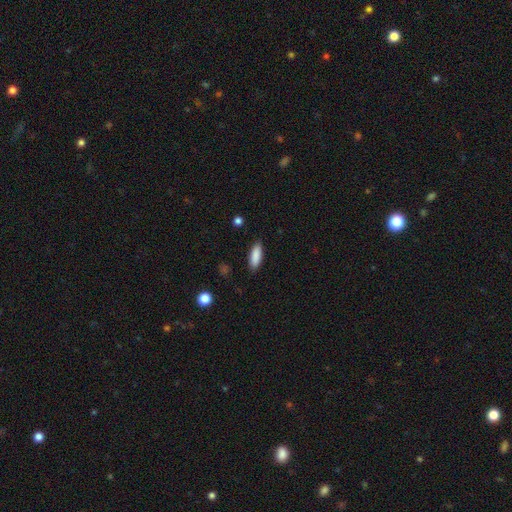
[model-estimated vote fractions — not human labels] smooth 88%, star or artifact 6%, featured or disk 5%. Down the decision tree: how rounded — in between (61%); merging — none (88%).